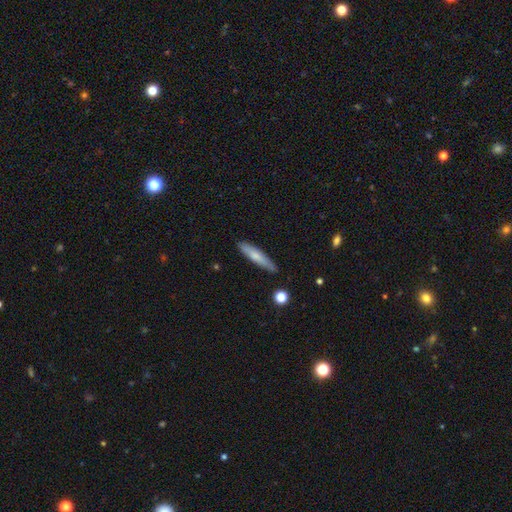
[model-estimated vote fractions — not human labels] smooth_or_featured: smooth (p=0.69) [alt: featured or disk p=0.25]
how_rounded: cigar-shaped (p=0.86) [alt: in between p=0.13]
merging: none (p=0.85) [alt: minor disturbance p=0.11]